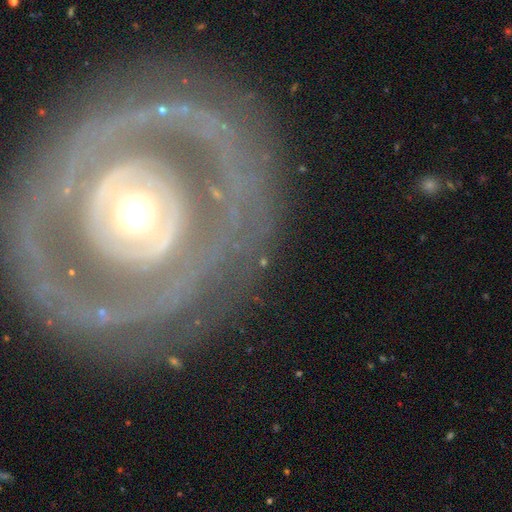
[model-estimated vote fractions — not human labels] A featured or disk galaxy (78%) with no bar (75%), spiral arms (51%) and a moderate central bulge (66%).

Vote fractions:
- Smooth or featured? featured or disk: 78% / smooth: 16% / star or artifact: 5%
- Edge-on disk? no: 96% / yes: 4%
- Bar? no: 75% / weak: 15% / strong: 10%
- Spiral arms? yes: 51% / no: 49%
- Bulge size? moderate: 66% / large: 18% / small: 12% / dominant: 2% / none: 1%
- Merging? none: 79% / minor disturbance: 11% / major disturbance: 8% / merger: 2%